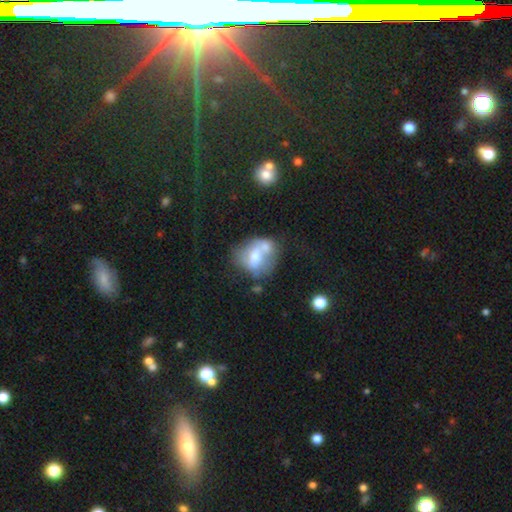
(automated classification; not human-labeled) Overall: smooth (52%; featured or disk 39%). How rounded: in between (50%; round 48%). Merging: merger (51%; none 25%).